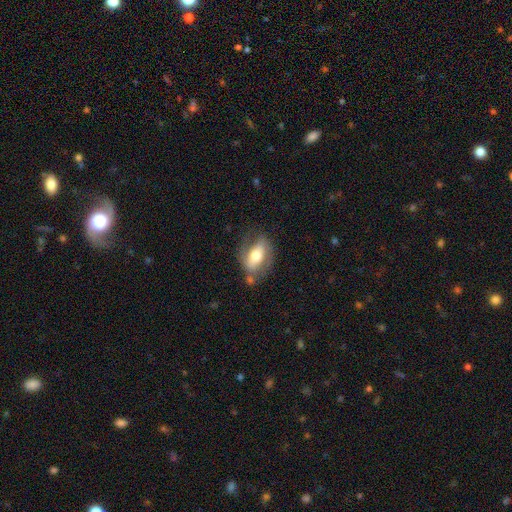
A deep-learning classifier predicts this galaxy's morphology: The model was most divided on "smooth or featured": featured or disk: 49%, smooth: 44%, star or artifact: 7%. More confident: merging — none (60%).